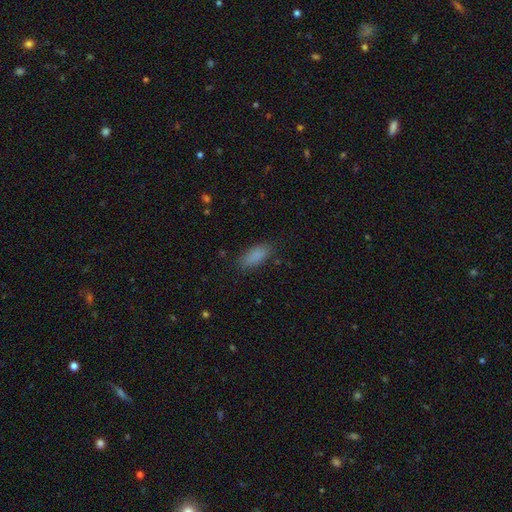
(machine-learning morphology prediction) Overall: smooth (86%). How rounded: in between (78%). Merging: none (82%).